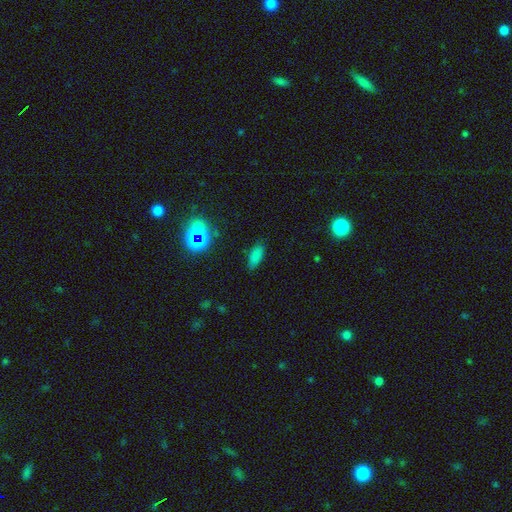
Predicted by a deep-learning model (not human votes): The model was most divided on "smooth or featured": smooth: 75%, star or artifact: 18%, featured or disk: 6%. More confident: merging — none (83%); how rounded — in between (78%).